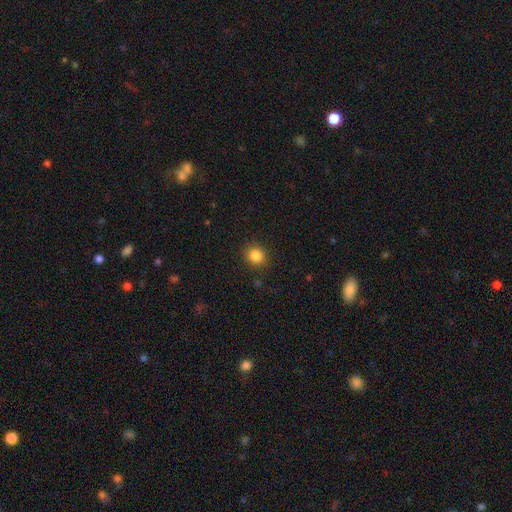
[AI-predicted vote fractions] A smooth galaxy with no disk features (84%) that is round (82%). Merging: none (89%).